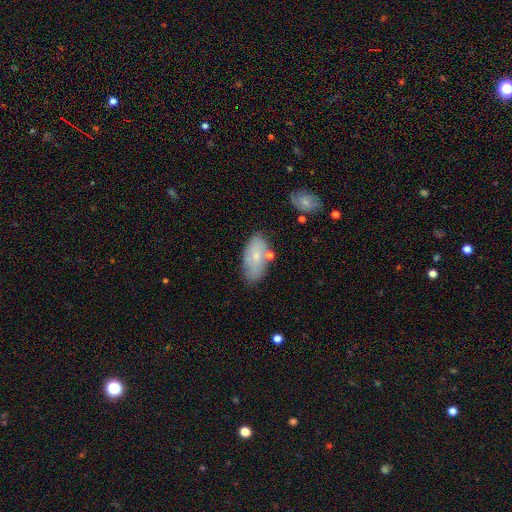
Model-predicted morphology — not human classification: The model was most divided on "smooth or featured": smooth: 66%, featured or disk: 27%, star or artifact: 7%. More confident: how rounded — in between (92%); merging — none (69%).